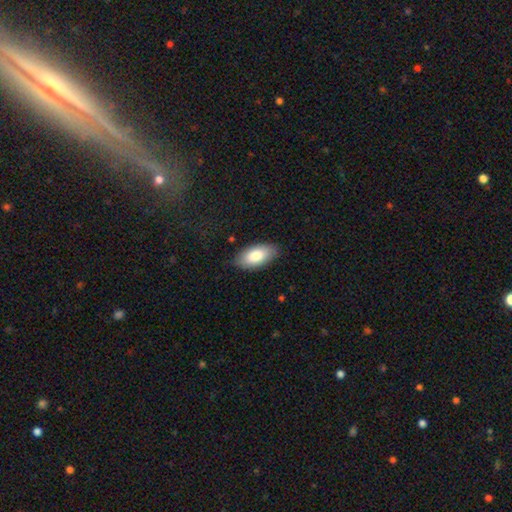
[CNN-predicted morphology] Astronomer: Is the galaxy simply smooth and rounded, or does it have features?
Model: smooth — 82%.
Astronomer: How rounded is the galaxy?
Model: in between — 93%.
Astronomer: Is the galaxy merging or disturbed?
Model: none — 83%.